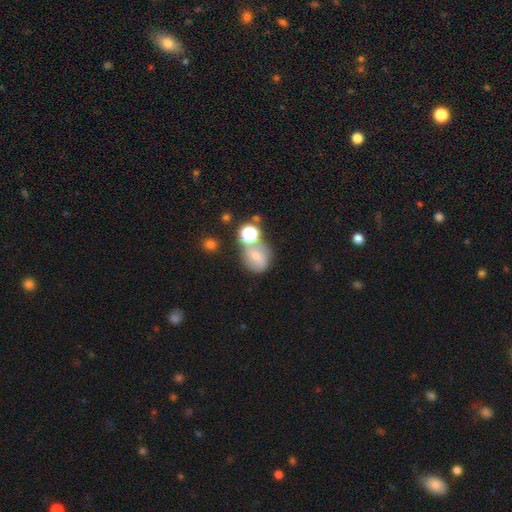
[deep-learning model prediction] The model was most divided on "merging": none: 49%, merger: 27%, minor disturbance: 16%, major disturbance: 8%. More confident: how rounded — round (69%); smooth or featured — smooth (53%).